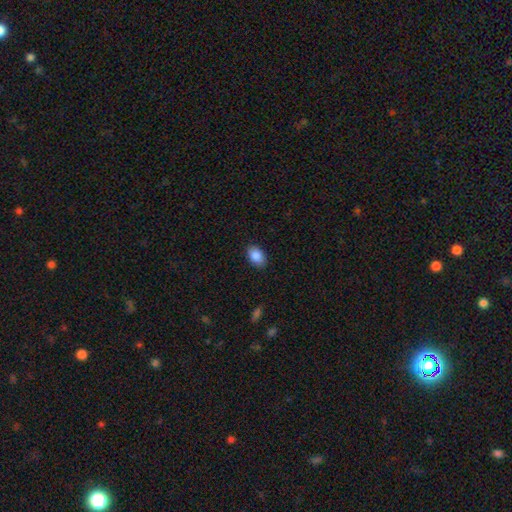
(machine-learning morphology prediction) Smooth or featured?
  - smooth: 88% *
  - star or artifact: 7%
  - featured or disk: 4%
How rounded?
  - in between: 86% *
  - round: 13%
  - cigar-shaped: 1%
Merging?
  - none: 88% *
  - minor disturbance: 9%
  - major disturbance: 2%
  - merger: 1%